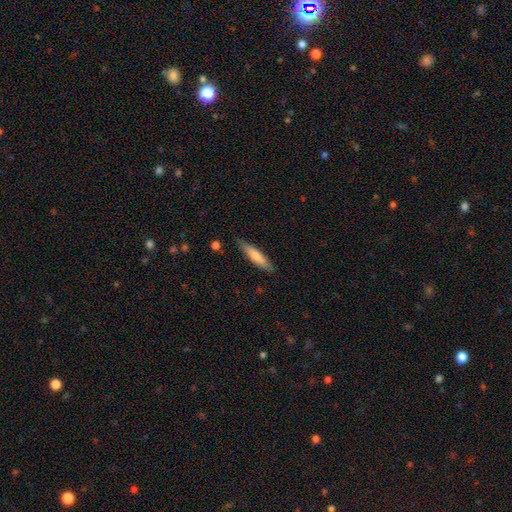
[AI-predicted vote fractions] Morphology: type=smooth (67%); roundness=cigar-shaped (78%); merging=none (84%).